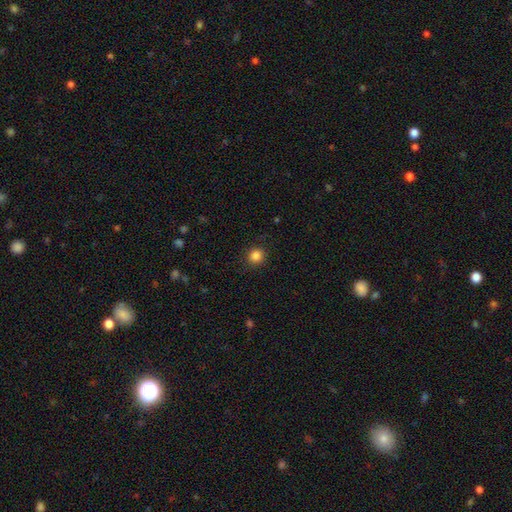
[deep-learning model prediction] Smooth or featured? Predicted: smooth (p=0.85). How rounded? Predicted: round (p=0.92). Merging? Predicted: none (p=0.90).